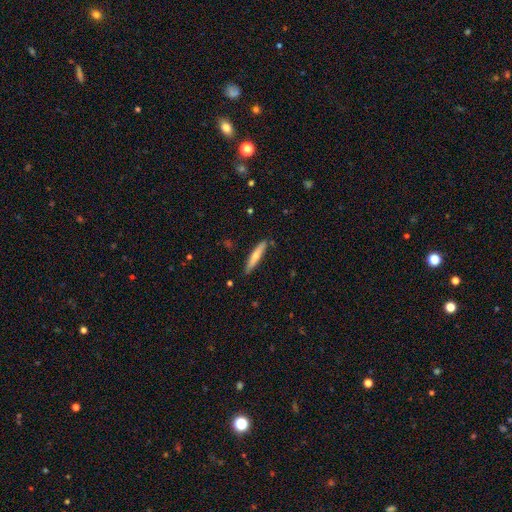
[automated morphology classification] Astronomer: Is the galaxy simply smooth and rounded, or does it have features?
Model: smooth — 58% (runner-up: featured or disk, 36%).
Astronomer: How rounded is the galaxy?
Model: cigar-shaped — 91%.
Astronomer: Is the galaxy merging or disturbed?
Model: none — 87%.